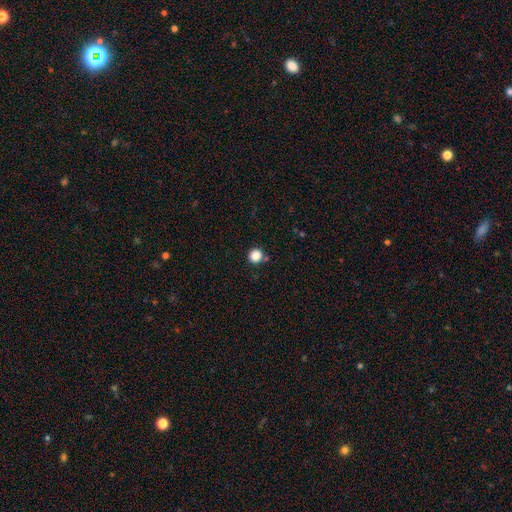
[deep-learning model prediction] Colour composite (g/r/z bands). It shows a smooth galaxy with no disk features (86%) that is round (93%). Merging: none (82%).